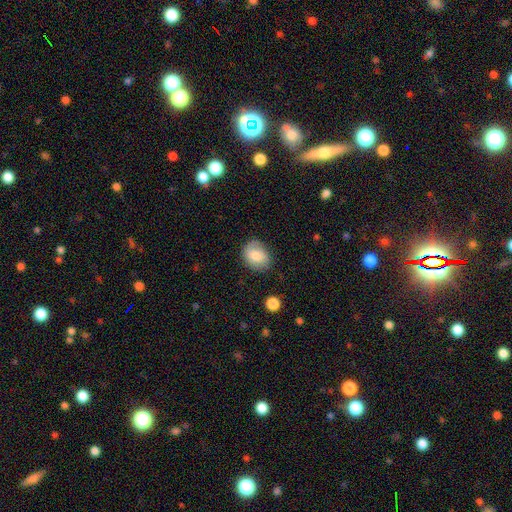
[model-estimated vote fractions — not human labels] smooth_or_featured: smooth (p=0.78) [alt: featured or disk p=0.15]
how_rounded: in between (p=0.51) [alt: round p=0.48]
merging: none (p=0.77) [alt: minor disturbance p=0.18]